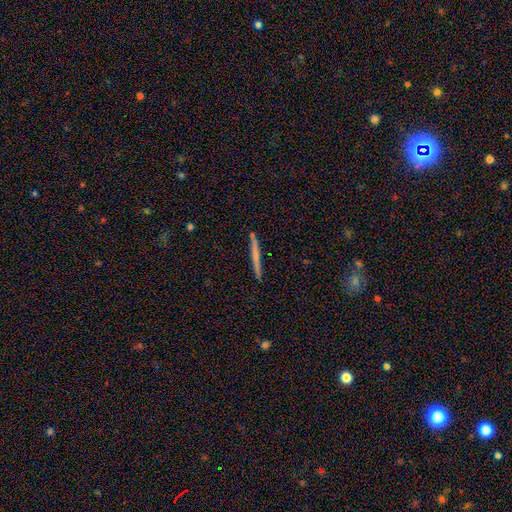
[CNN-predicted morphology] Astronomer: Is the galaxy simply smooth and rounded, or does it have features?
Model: smooth — 58% (runner-up: featured or disk, 36%).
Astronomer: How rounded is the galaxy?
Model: cigar-shaped — 97%.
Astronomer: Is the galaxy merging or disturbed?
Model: none — 90%.